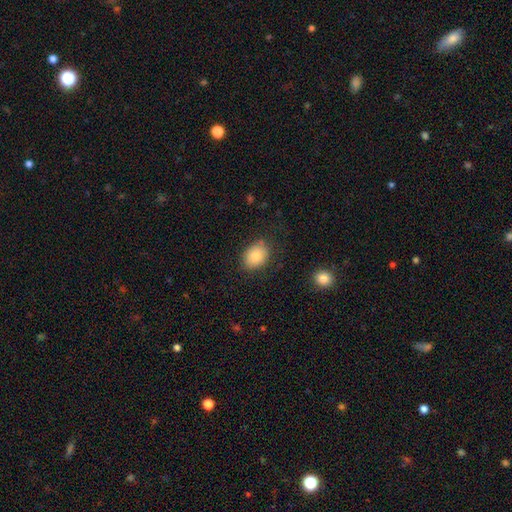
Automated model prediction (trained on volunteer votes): Morphology: type=smooth (82%); roundness=in between (65%); merging=none (80%).